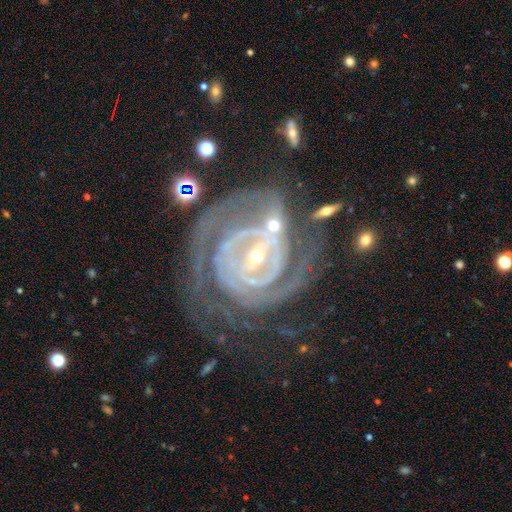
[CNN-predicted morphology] Smooth or featured? featured or disk (91%)
Edge-on disk? no (97%)
Bar? strong (45%)
Spiral arms? yes (98%)
Spiral winding? tight (79%)
Spiral arm count? 2 (36%)
Bulge size? small (73%)
Merging? none (56%)